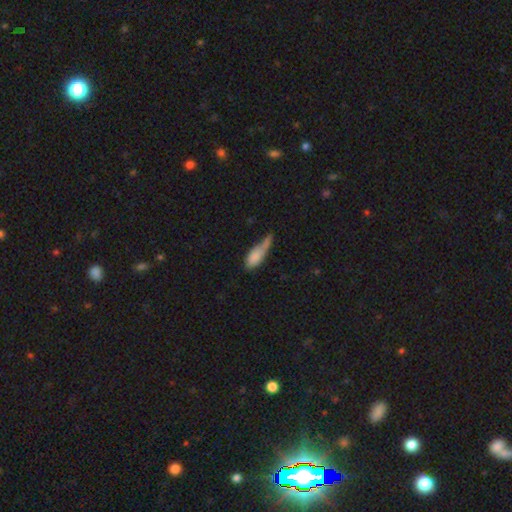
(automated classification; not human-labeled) smooth_or_featured: smooth (p=0.78) [alt: featured or disk p=0.14]
how_rounded: in between (p=0.72) [alt: cigar-shaped p=0.24]
merging: minor disturbance (p=0.30) [alt: none p=0.26]